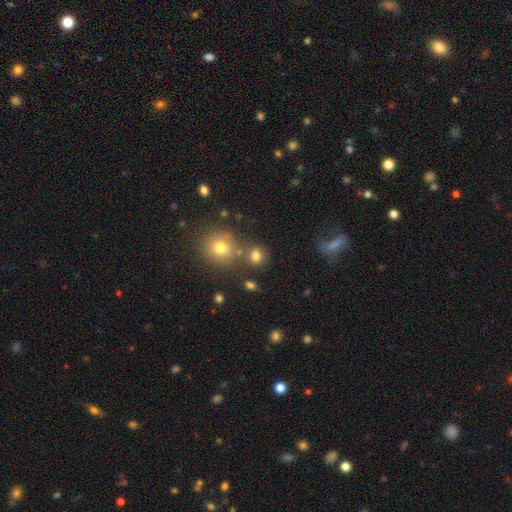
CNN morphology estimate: A smooth galaxy with no disk features (77%) that is round (73%). Merging: none (69%).